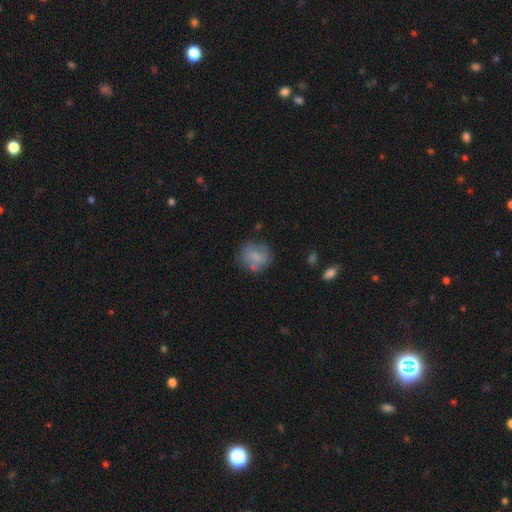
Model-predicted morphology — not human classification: Q: Smooth or featured?
A: smooth (67%); runner-up: featured or disk (24%)
Q: How rounded?
A: round (80%); runner-up: in between (19%)
Q: Merging?
A: none (63%); runner-up: minor disturbance (22%)